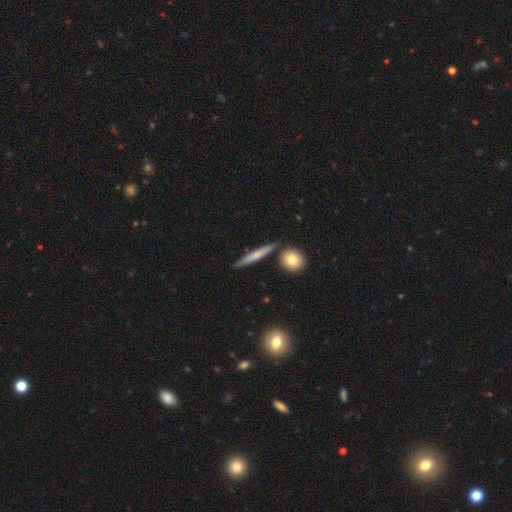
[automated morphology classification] A smooth galaxy with no disk features (55%) that is cigar-shaped (89%).

Vote fractions:
- Smooth or featured? smooth: 55% / featured or disk: 38% / star or artifact: 7%
- How rounded? cigar-shaped: 89% / in between: 6% / round: 4%
- Merging? none: 85% / minor disturbance: 9% / merger: 4% / major disturbance: 2%